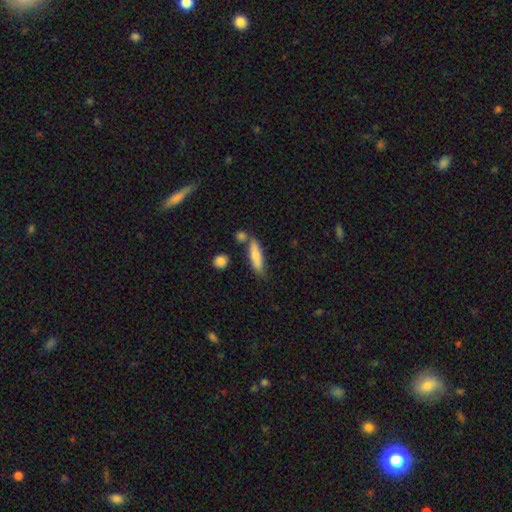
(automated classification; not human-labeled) Smooth or featured? smooth (76%)
How rounded? cigar-shaped (64%)
Merging? none (65%)